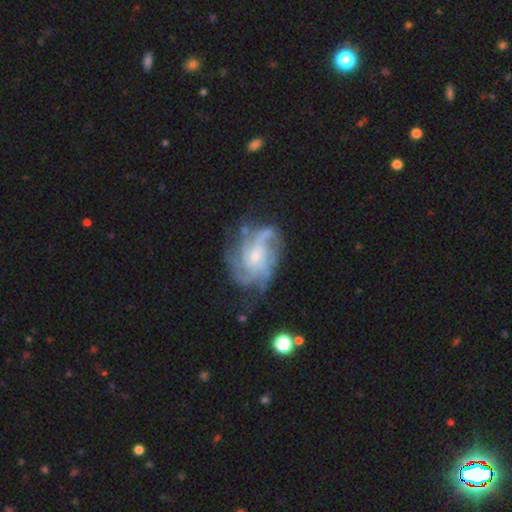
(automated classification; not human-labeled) This is clearly a featured or disk galaxy (86%). It is clearly not viewed edge-on (97%). Bar: likely no (63%). Spiral arm pattern: clearly yes (95%). Spiral arm count: marginally 3 (26%). Spiral winding: marginally medium (44%). Central bulge: likely small (61%). Merging: likely none (60%).